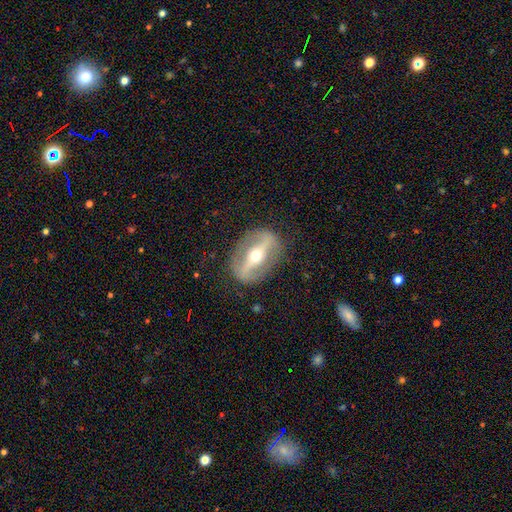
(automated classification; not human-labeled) smooth-or-featured: featured or disk: 81% | smooth: 13% | star or artifact: 6%
  disk-edge-on: no: 81% | yes: 19%
    bar: strong: 76% | weak: 14% | no: 10%
    has-spiral-arms: no: 53% | yes: 47%
    bulge-size: moderate: 58% | small: 36% | large: 4% | dominant: 1% | none: 1%
  merging: none: 83% | minor disturbance: 10% | major disturbance: 5% | merger: 1%